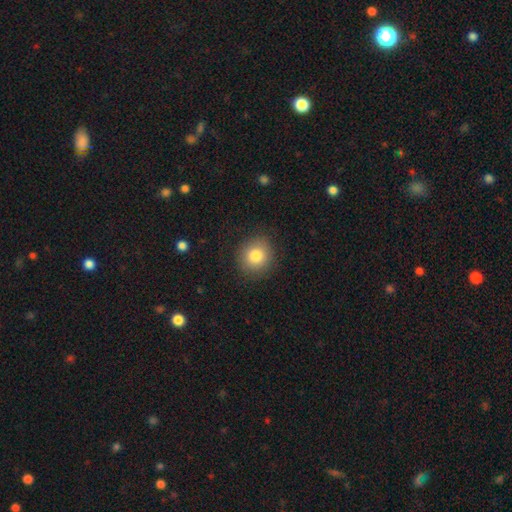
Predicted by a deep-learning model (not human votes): Smooth or featured?
  - smooth: 82% *
  - star or artifact: 10%
  - featured or disk: 8%
How rounded?
  - round: 86% *
  - in between: 13%
  - cigar-shaped: 1%
Merging?
  - none: 88% *
  - minor disturbance: 8%
  - major disturbance: 3%
  - merger: 1%